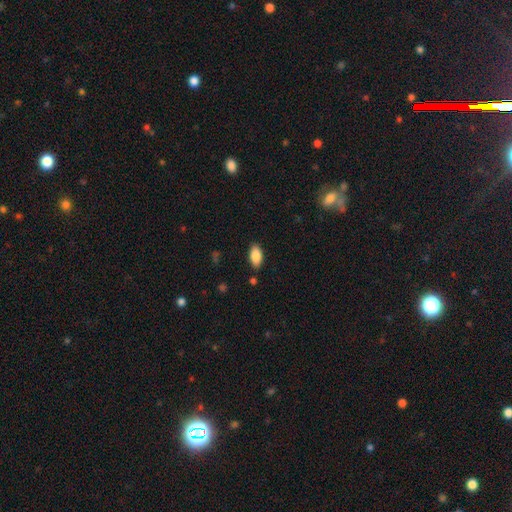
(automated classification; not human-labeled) This appears to be a smooth galaxy with no disk features (87%) that is in between round and cigar-shaped (93%). Merging: none (87%).